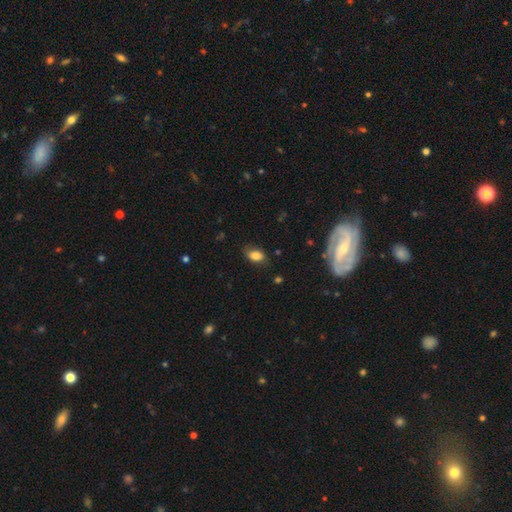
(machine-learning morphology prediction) Overall: smooth (81%). How rounded: in between (87%). Merging: none (73%).